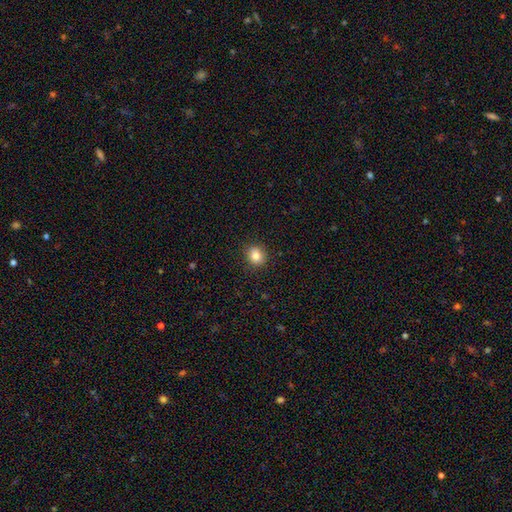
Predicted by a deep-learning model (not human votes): A smooth galaxy with no disk features (84%) that is round (82%). Merging: none (90%).